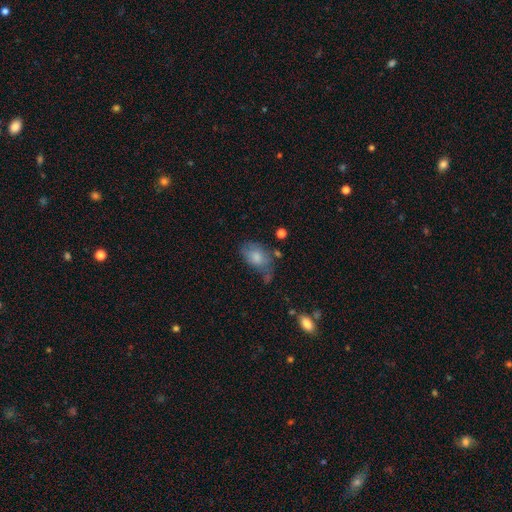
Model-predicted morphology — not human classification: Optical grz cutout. It shows a smooth galaxy with no disk features (63%) that is in between round and cigar-shaped (83%). Merging: none (45%).